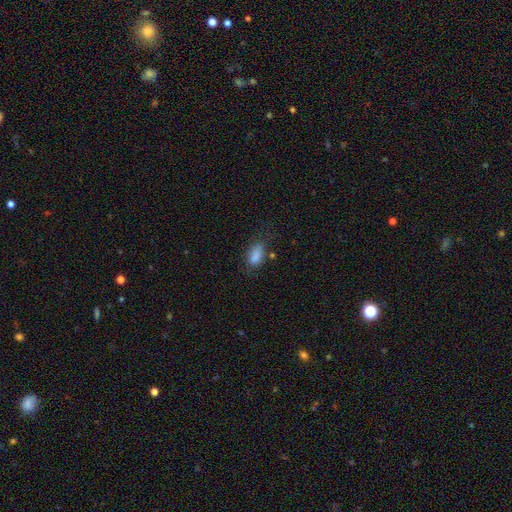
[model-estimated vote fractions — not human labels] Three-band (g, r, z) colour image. It shows a smooth galaxy with no disk features (84%) that is in between round and cigar-shaped (87%). Merging: none (60%).